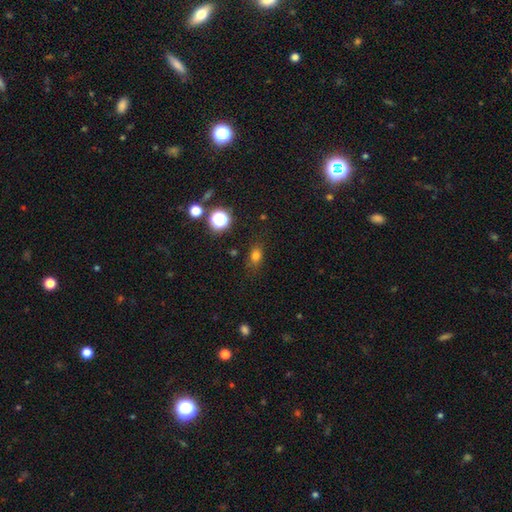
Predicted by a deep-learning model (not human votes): A smooth galaxy with no disk features (75%) that is in between round and cigar-shaped (66%).

Vote fractions:
- Smooth or featured? smooth: 75% / star or artifact: 17% / featured or disk: 8%
- How rounded? in between: 66% / round: 31% / cigar-shaped: 3%
- Merging? none: 79% / minor disturbance: 15% / major disturbance: 4% / merger: 2%